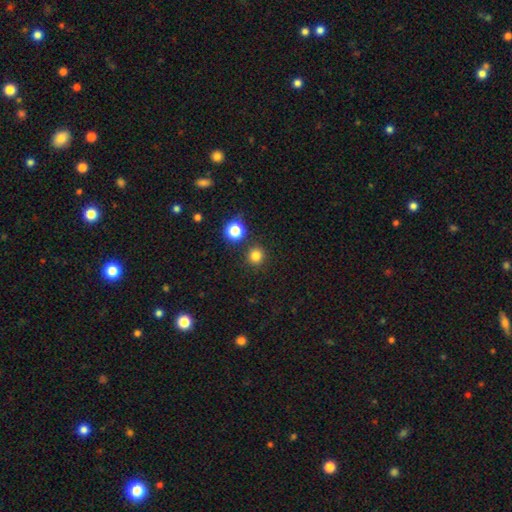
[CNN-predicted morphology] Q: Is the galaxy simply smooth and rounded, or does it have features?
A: smooth — 80%.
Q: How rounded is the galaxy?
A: round — 93%.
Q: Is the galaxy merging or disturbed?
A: none — 87%.